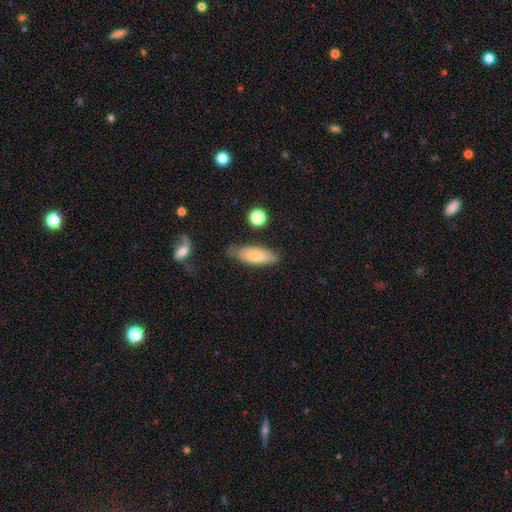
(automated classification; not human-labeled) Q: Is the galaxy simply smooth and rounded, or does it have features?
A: smooth — 74%.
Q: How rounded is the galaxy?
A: in between — 71%.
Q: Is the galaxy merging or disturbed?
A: none — 67%.